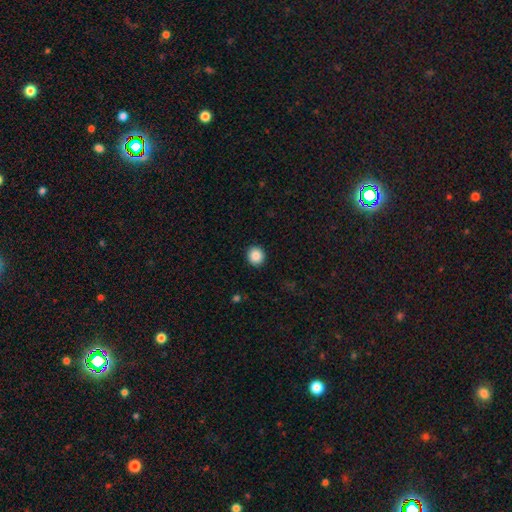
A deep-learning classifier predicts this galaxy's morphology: The model was most divided on "smooth or featured": smooth: 88%, star or artifact: 9%, featured or disk: 3%. More confident: merging — none (93%); how rounded — round (91%).